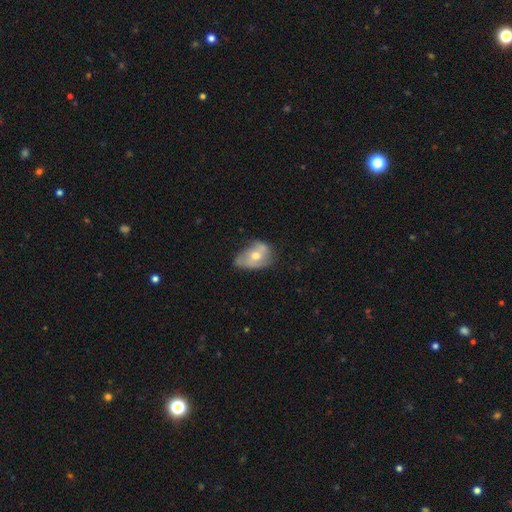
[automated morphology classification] Overall: smooth (48%; featured or disk 44%). Merging: minor disturbance (40%; none 34%).